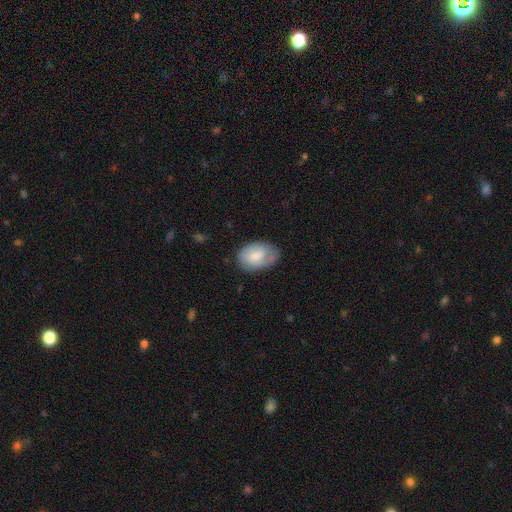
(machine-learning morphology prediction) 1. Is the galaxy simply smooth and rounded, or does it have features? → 63% smooth, 30% featured or disk, 7% star or artifact.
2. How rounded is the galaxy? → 86% in between, 13% round, 1% cigar-shaped.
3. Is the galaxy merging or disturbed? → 64% none, 26% minor disturbance, 8% major disturbance, 2% merger.